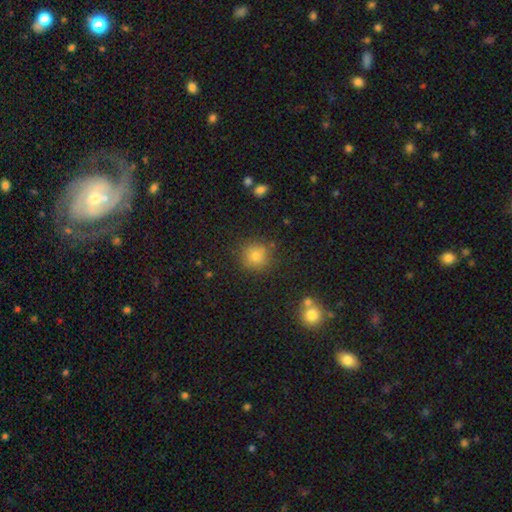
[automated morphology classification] This is likely a smooth galaxy (79%). How rounded: clearly round (91%). Merging: clearly none (84%).